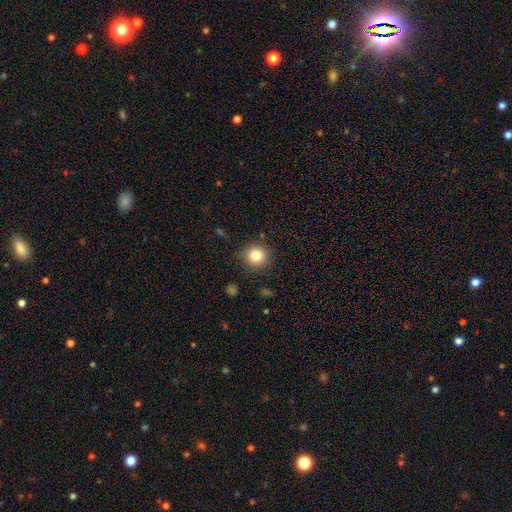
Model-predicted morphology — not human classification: smooth_or_featured: smooth (p=0.82) [alt: star or artifact p=0.11]
how_rounded: round (p=0.92) [alt: in between p=0.07]
merging: none (p=0.88) [alt: minor disturbance p=0.08]